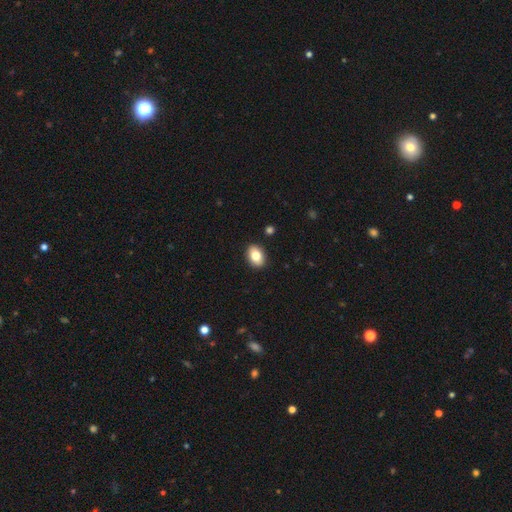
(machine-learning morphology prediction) type=smooth (81%); roundness=in between (79%); merging=none (90%).